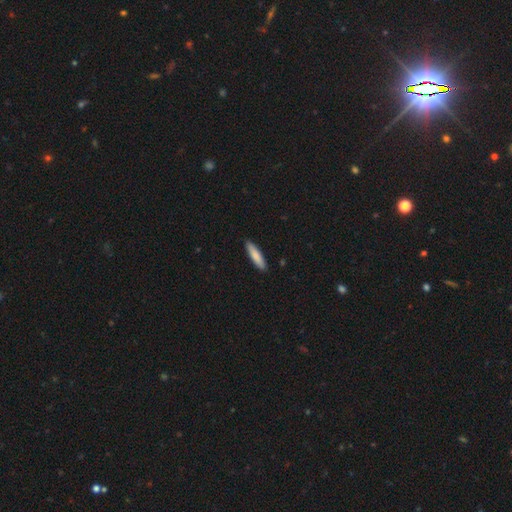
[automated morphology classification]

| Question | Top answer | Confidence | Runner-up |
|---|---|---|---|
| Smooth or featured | smooth | 83% | featured or disk (11%) |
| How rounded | cigar-shaped | 79% | in between (20%) |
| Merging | none | 90% | minor disturbance (7%) |